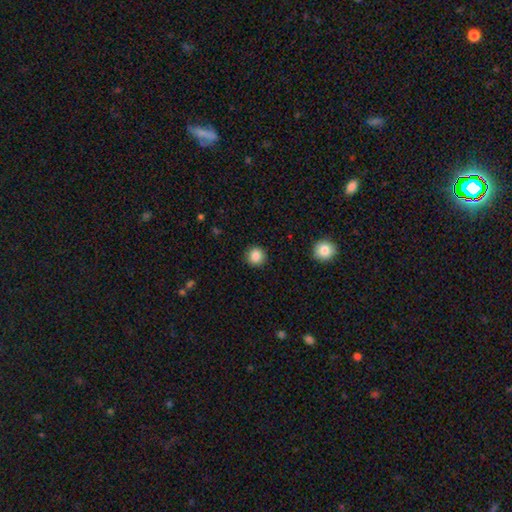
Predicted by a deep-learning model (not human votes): A smooth galaxy with no disk features (86%) that is round (92%). Merging: none (91%).